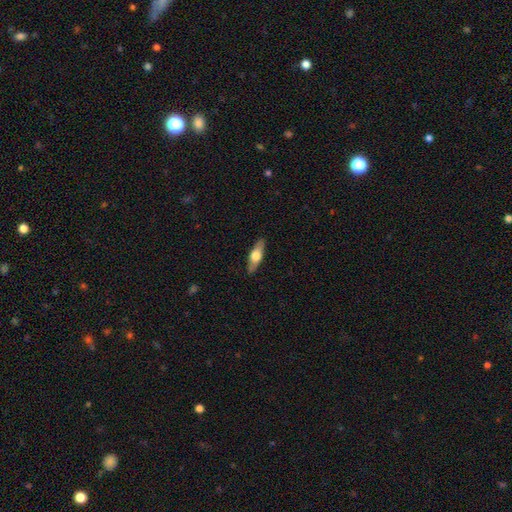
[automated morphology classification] Smooth or featured: smooth — 52% (featured or disk — 43%)
How rounded: in between — 49% (cigar-shaped — 48%)
Merging: none — 87% (minor disturbance — 10%)